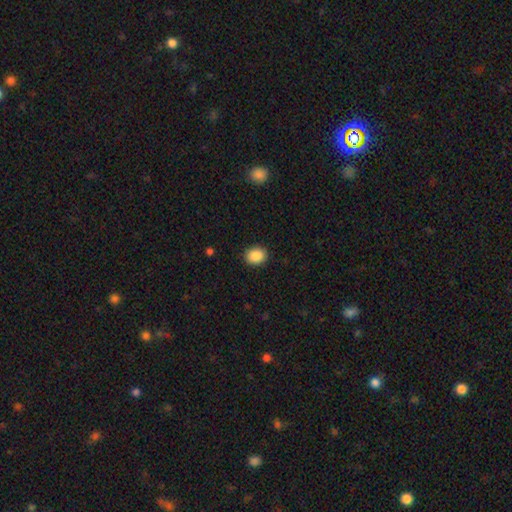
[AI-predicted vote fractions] Smooth or featured? Predicted: smooth (p=0.89). How rounded? Predicted: round (p=0.50). Merging? Predicted: none (p=0.90).